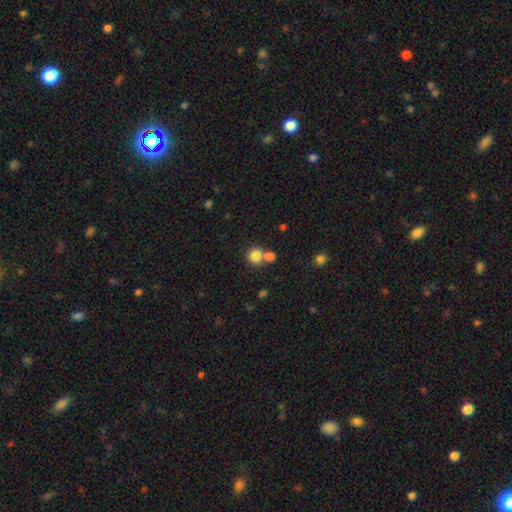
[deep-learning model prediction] Q: Smooth or featured?
A: smooth (82%); runner-up: star or artifact (11%)
Q: How rounded?
A: round (86%); runner-up: in between (13%)
Q: Merging?
A: none (52%); runner-up: merger (38%)